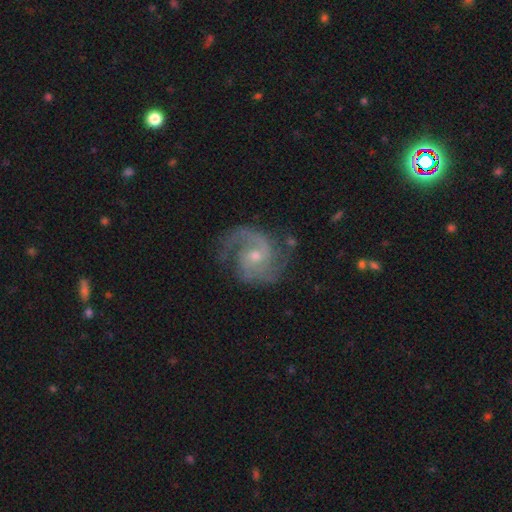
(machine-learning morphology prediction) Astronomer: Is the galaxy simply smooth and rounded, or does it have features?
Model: featured or disk — 90%.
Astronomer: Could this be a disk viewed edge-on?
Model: no — 98%.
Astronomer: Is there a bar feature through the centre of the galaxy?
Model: no — 58% (runner-up: weak, 37%).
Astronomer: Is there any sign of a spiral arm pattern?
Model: yes — 98%.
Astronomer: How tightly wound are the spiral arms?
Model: medium — 54% (runner-up: tight, 31%).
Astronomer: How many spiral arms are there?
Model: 2 — 78%.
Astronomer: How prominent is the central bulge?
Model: moderate — 49% (runner-up: small, 46%).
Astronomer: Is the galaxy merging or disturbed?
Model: none — 72%.